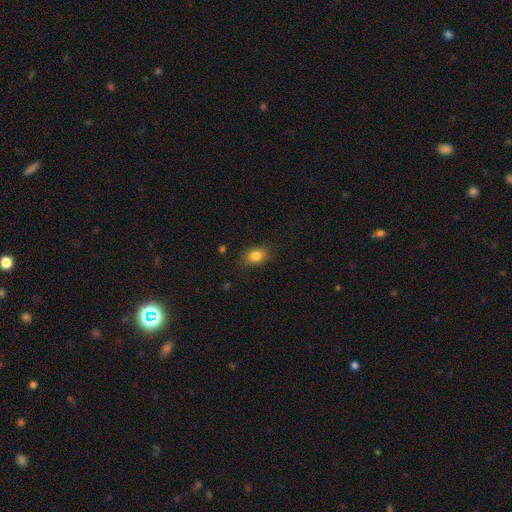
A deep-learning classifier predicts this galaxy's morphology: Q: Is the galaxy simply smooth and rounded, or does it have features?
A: smooth — 84%.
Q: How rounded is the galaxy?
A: in between — 74%.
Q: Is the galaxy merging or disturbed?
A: none — 85%.